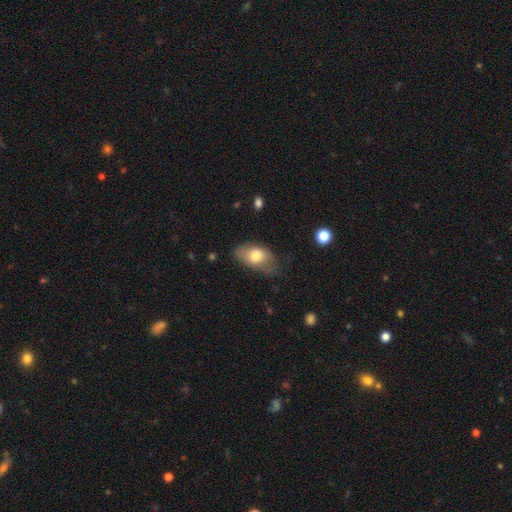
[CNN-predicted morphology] smooth 73%, featured or disk 20%, star or artifact 7%. Down the decision tree: how rounded — in between (92%); merging — none (51%).